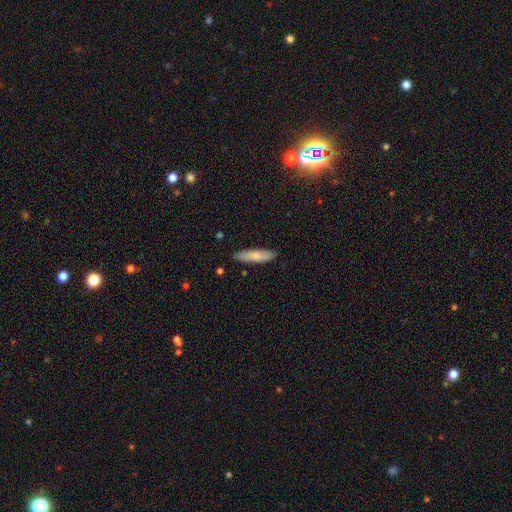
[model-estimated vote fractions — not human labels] smooth-or-featured: smooth: 78% | featured or disk: 16% | star or artifact: 6%
  how-rounded: cigar-shaped: 68% | in between: 31% | round: 2%
  merging: none: 87% | minor disturbance: 10% | major disturbance: 2% | merger: 1%